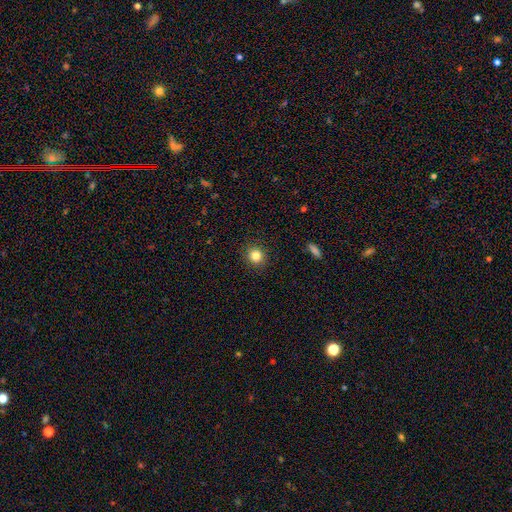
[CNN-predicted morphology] A smooth galaxy with no disk features (83%) that is round (87%). Merging: none (89%).